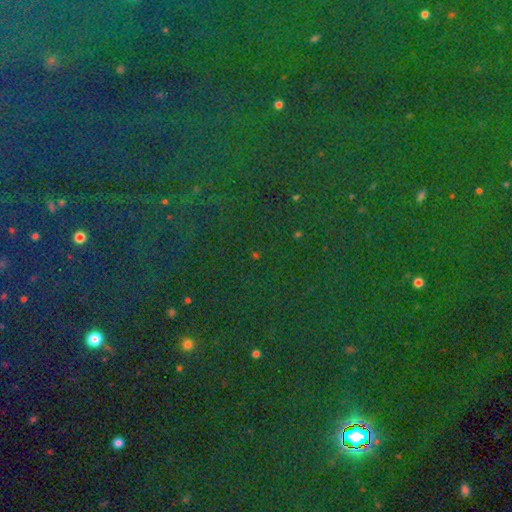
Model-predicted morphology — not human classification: star or artifact 80%, smooth 12%, featured or disk 8%.